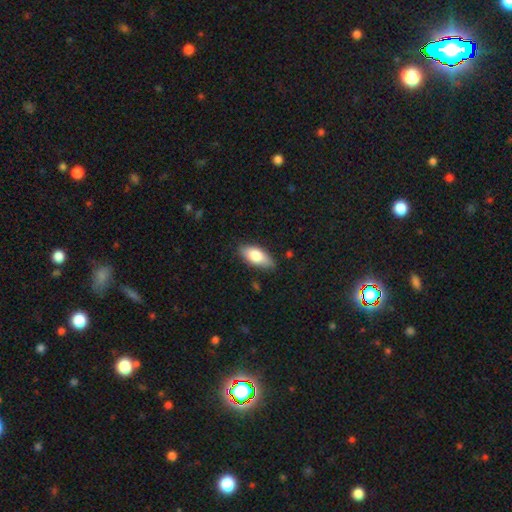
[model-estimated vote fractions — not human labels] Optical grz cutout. It shows a smooth galaxy with no disk features (75%) that is in between round and cigar-shaped (84%). Merging: none (83%).